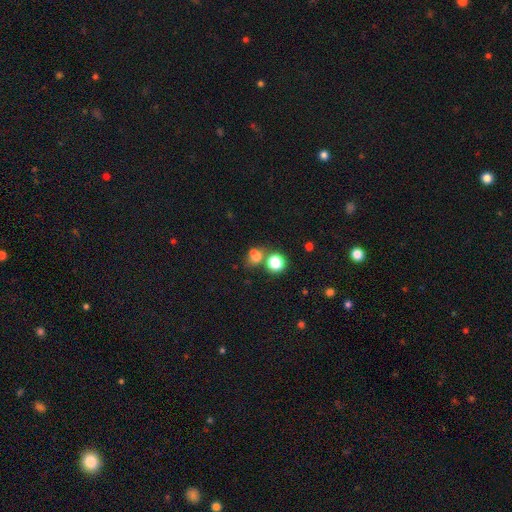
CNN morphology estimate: This is likely a smooth galaxy (71%). How rounded: likely round (68%). Merging: marginally none (44%).